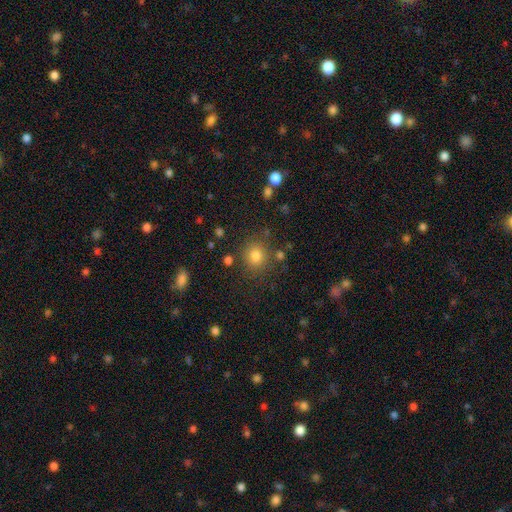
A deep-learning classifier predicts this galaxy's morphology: Q: Smooth or featured?
A: smooth (79%); runner-up: star or artifact (14%)
Q: How rounded?
A: round (84%); runner-up: in between (15%)
Q: Merging?
A: none (82%); runner-up: minor disturbance (9%)